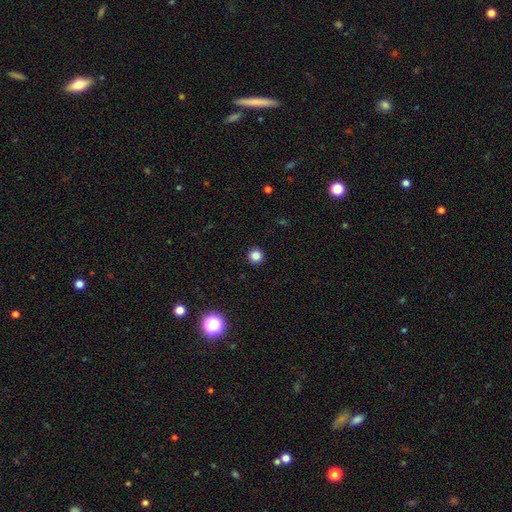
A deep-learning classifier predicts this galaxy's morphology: Smooth or featured?
  - smooth: 84% *
  - star or artifact: 12%
  - featured or disk: 3%
How rounded?
  - round: 96% *
  - in between: 3%
  - cigar-shaped: 1%
Merging?
  - none: 93% *
  - minor disturbance: 5%
  - major disturbance: 2%
  - merger: 1%